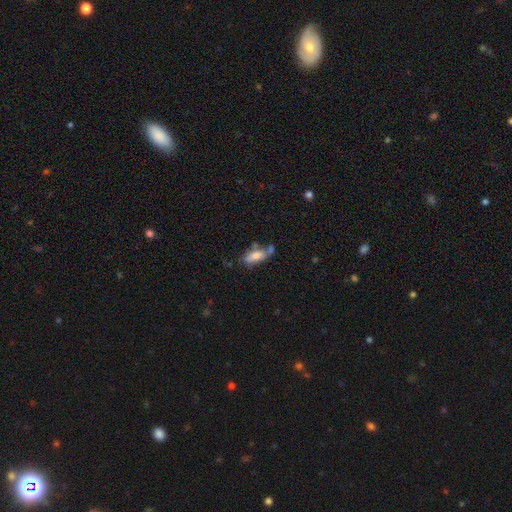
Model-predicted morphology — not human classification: Smooth or featured?
  - smooth: 68% *
  - featured or disk: 25%
  - star or artifact: 7%
How rounded?
  - in between: 72% *
  - cigar-shaped: 25%
  - round: 3%
Merging?
  - none: 49% *
  - minor disturbance: 24%
  - merger: 19%
  - major disturbance: 9%